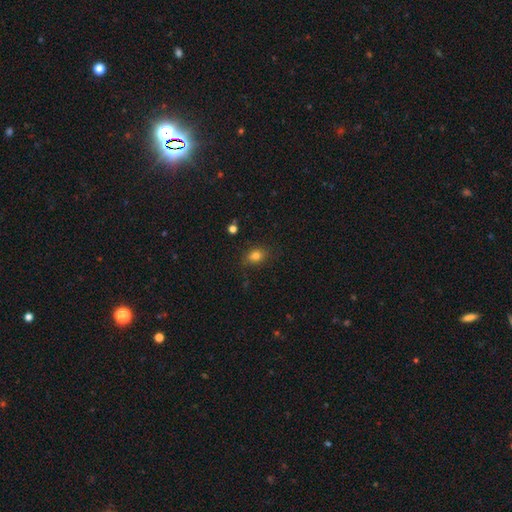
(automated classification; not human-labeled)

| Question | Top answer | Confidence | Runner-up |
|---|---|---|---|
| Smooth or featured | smooth | 80% | star or artifact (12%) |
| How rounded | in between | 64% | round (34%) |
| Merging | none | 78% | minor disturbance (16%) |